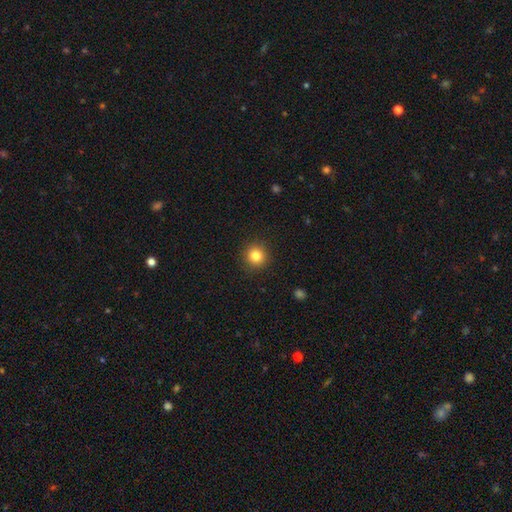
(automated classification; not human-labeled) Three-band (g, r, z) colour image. It shows a smooth galaxy with no disk features (83%) that is round (94%). Merging: none (92%).